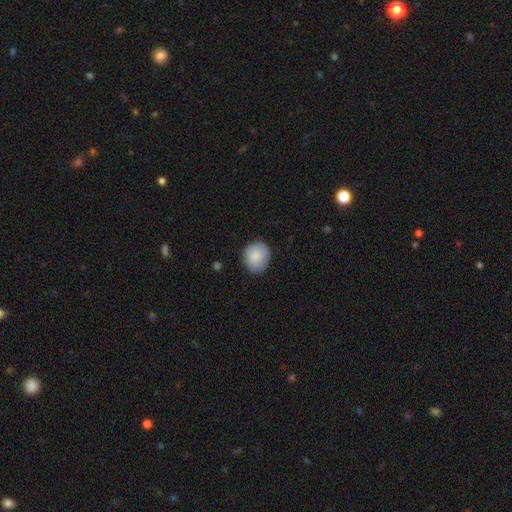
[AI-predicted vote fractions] A smooth galaxy with no disk features (86%) that is round (74%).

Vote fractions:
- Smooth or featured? smooth: 86% / featured or disk: 7% / star or artifact: 7%
- How rounded? round: 74% / in between: 25% / cigar-shaped: 1%
- Merging? none: 80% / minor disturbance: 16% / major disturbance: 3% / merger: 1%